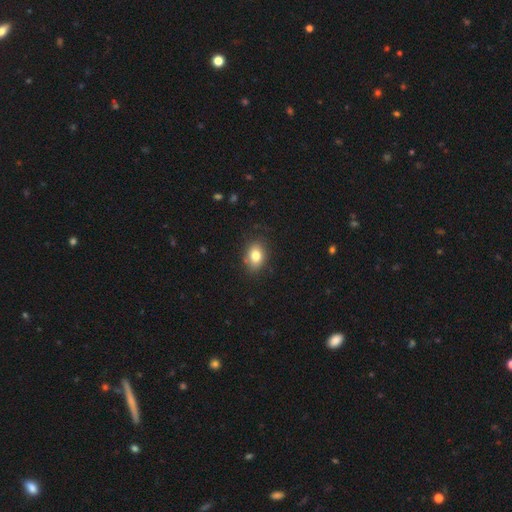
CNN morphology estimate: Smooth or featured? smooth (81%)
How rounded? in between (71%)
Merging? none (84%)